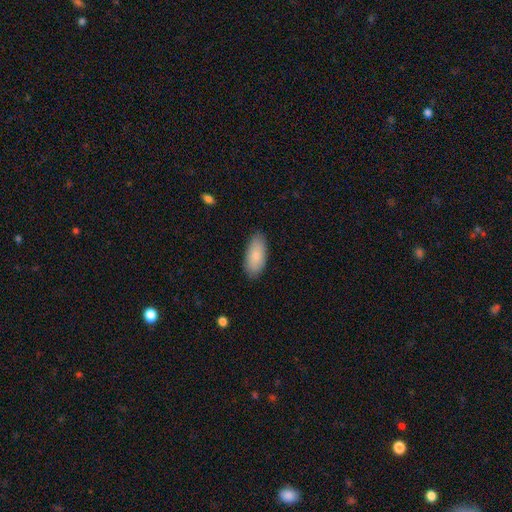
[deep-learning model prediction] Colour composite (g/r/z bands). It shows a smooth galaxy with no disk features (84%) that is in between round and cigar-shaped (89%). Merging: none (86%).